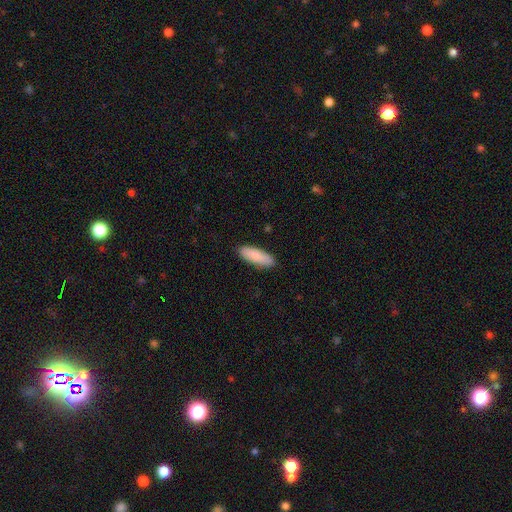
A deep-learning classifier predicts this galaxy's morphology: Q: Smooth or featured?
A: smooth (89%); runner-up: featured or disk (6%)
Q: How rounded?
A: in between (54%); runner-up: cigar-shaped (45%)
Q: Merging?
A: none (89%); runner-up: minor disturbance (8%)